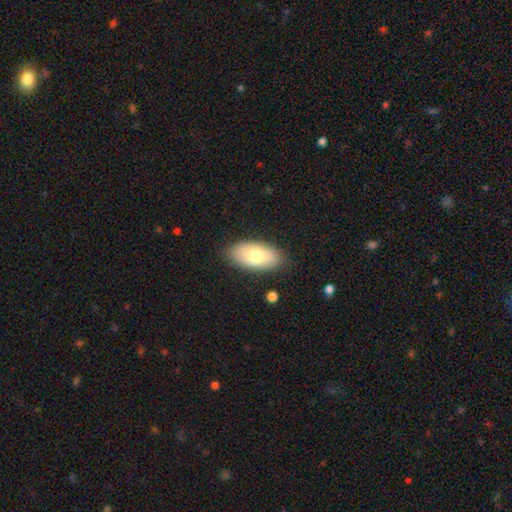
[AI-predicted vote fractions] The model was most divided on "smooth or featured": smooth: 75%, featured or disk: 19%, star or artifact: 6%. More confident: how rounded — in between (94%); merging — none (85%).